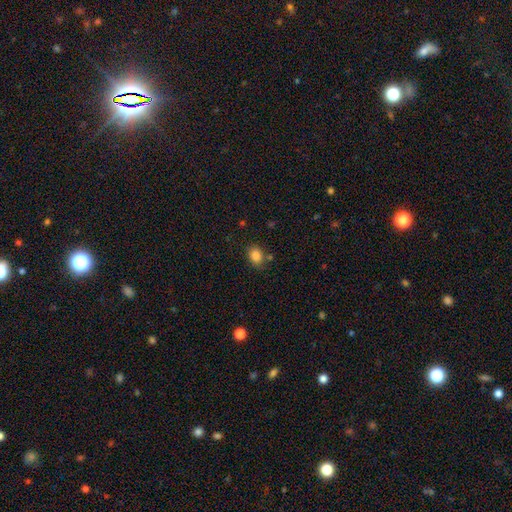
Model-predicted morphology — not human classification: A smooth galaxy with no disk features (85%) that is in between round and cigar-shaped (54%).

Vote fractions:
- Smooth or featured? smooth: 85% / star or artifact: 10% / featured or disk: 5%
- How rounded? in between: 54% / round: 45% / cigar-shaped: 1%
- Merging? none: 75% / minor disturbance: 14% / merger: 6% / major disturbance: 4%